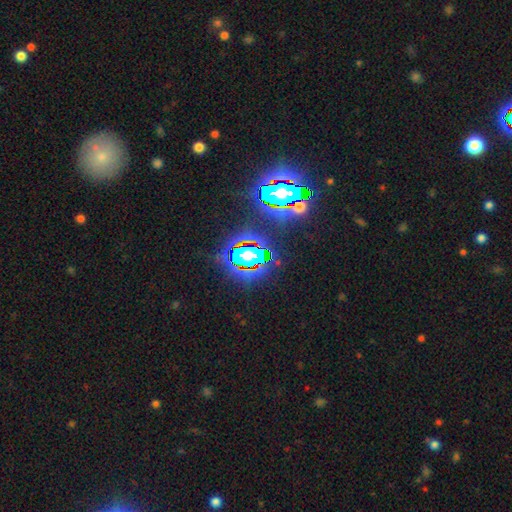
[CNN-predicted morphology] type=star or artifact (81%).